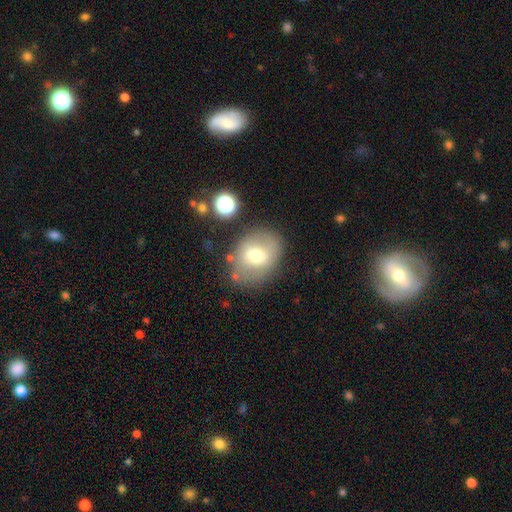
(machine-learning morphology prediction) smooth 61%, featured or disk 29%, star or artifact 10%. Down the decision tree: how rounded — in between (58%); merging — none (74%).